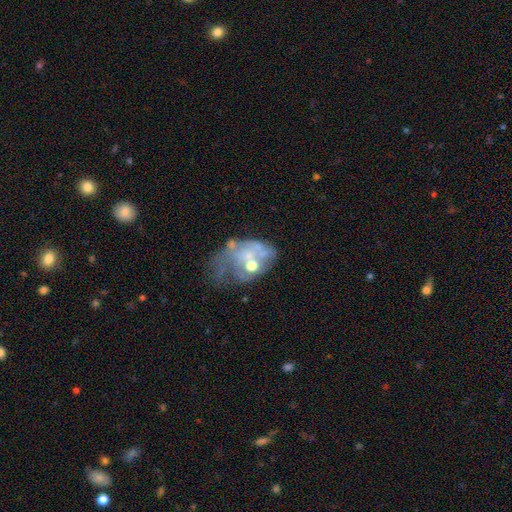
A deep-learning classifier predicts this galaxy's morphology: Smooth or featured? Predicted: featured or disk (p=0.65). Edge-on disk? Predicted: no (p=0.97). Bar? Predicted: no (p=0.84). Spiral arms? Predicted: no (p=0.67). Bulge size? Predicted: moderate (p=0.48). Merging? Predicted: major disturbance (p=0.39).